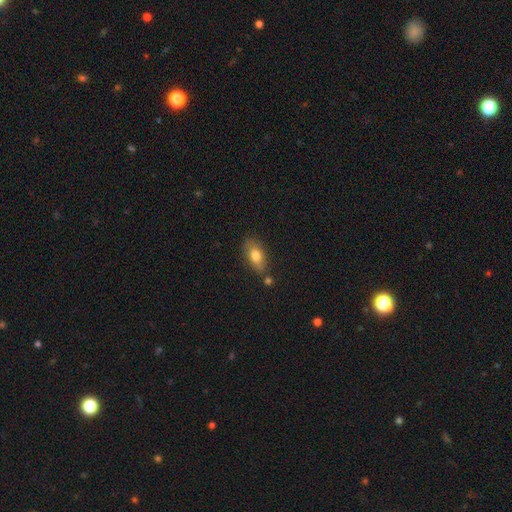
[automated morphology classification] smooth-or-featured: smooth: 76% | featured or disk: 16% | star or artifact: 8%
  how-rounded: in between: 86% | round: 7% | cigar-shaped: 7%
  merging: none: 67% | minor disturbance: 19% | merger: 9% | major disturbance: 5%